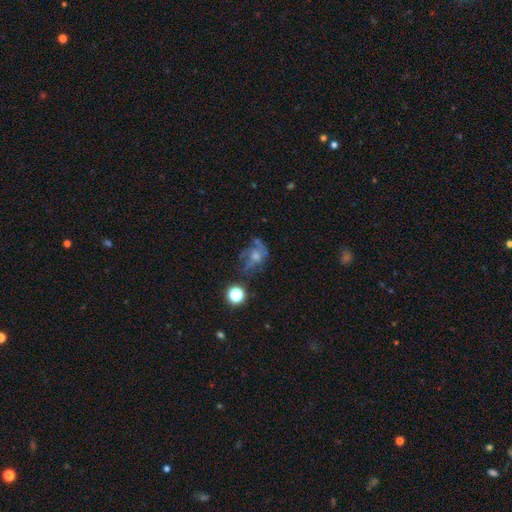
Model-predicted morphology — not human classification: Smooth or featured?
  - featured or disk: 48% *
  - smooth: 27%
  - star or artifact: 25%
Merging?
  - none: 52% *
  - major disturbance: 22%
  - minor disturbance: 20%
  - merger: 6%